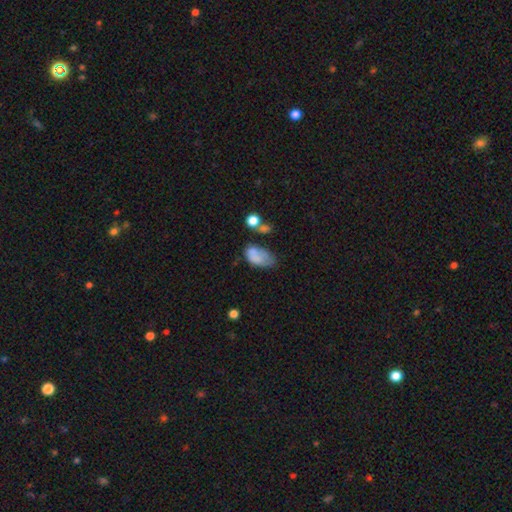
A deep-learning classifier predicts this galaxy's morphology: Smooth or featured? smooth (70%)
How rounded? in between (91%)
Merging? minor disturbance (32%)